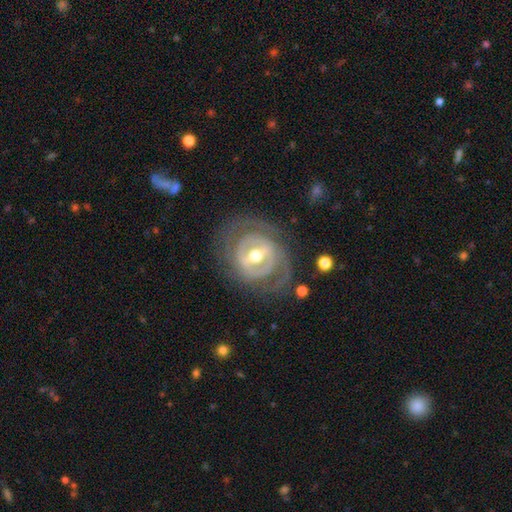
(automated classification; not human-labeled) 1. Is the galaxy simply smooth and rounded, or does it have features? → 84% featured or disk, 12% smooth, 5% star or artifact.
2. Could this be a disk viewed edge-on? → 95% no, 5% yes.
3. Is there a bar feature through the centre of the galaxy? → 49% strong, 35% weak, 15% no.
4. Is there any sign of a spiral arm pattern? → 66% yes, 34% no.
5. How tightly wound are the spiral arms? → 58% tight, 30% medium, 12% loose.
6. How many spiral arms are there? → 52% 2, 27% can't tell, 9% 3, 7% 1, 3% 4, 2% more than 4.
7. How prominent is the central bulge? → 75% moderate, 16% small, 7% large, 1% dominant, 1% none.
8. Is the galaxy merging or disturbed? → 71% none, 16% minor disturbance, 11% major disturbance, 2% merger.